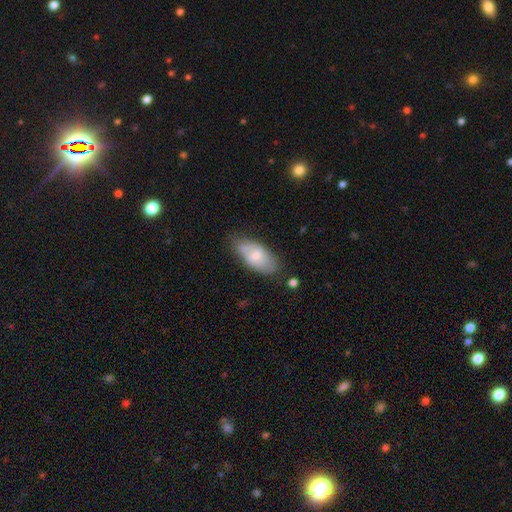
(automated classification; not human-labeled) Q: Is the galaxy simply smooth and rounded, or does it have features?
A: smooth — 62%.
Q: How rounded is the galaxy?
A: in between — 92%.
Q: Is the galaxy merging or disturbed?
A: none — 64%.